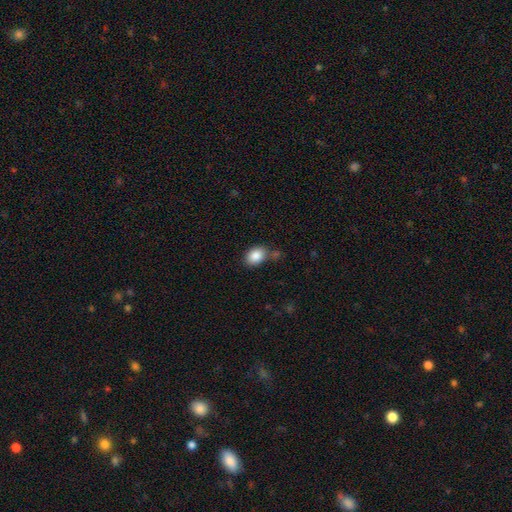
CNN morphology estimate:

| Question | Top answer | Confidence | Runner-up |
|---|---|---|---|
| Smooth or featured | smooth | 87% | star or artifact (8%) |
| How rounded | in between | 77% | round (22%) |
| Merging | none | 66% | minor disturbance (18%) |